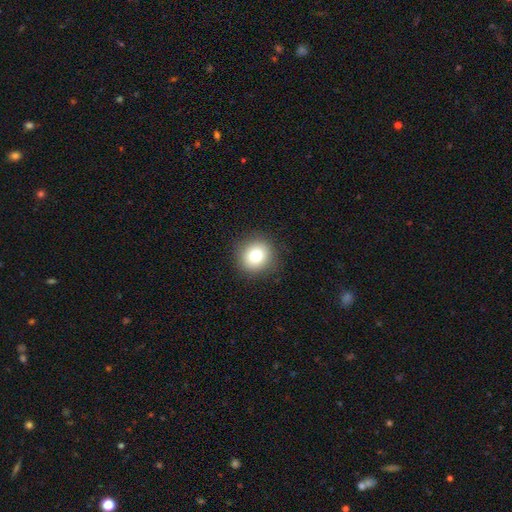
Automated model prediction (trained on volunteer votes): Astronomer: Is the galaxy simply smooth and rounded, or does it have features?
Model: smooth — 79%.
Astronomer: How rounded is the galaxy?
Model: round — 86%.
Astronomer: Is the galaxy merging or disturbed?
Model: none — 90%.